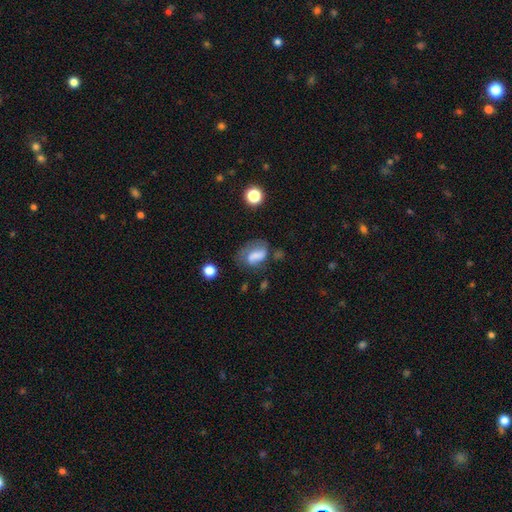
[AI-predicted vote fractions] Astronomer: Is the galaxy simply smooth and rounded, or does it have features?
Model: smooth — 59%.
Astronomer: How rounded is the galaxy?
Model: in between — 79%.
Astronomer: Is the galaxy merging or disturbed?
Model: none — 38% (runner-up: major disturbance, 28%).